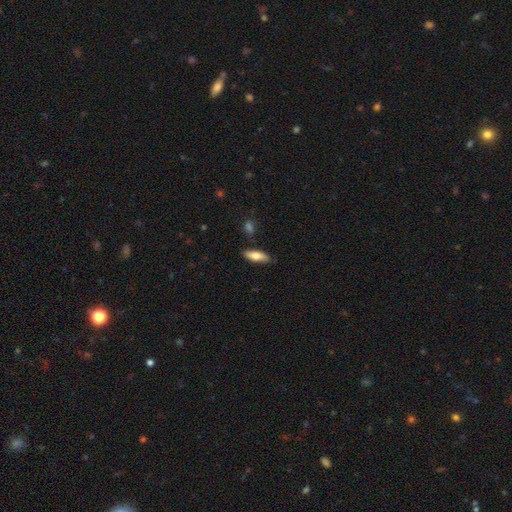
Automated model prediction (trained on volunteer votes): Smooth or featured: smooth — 73% (featured or disk — 21%)
How rounded: in between — 63% (cigar-shaped — 35%)
Merging: none — 79% (minor disturbance — 16%)